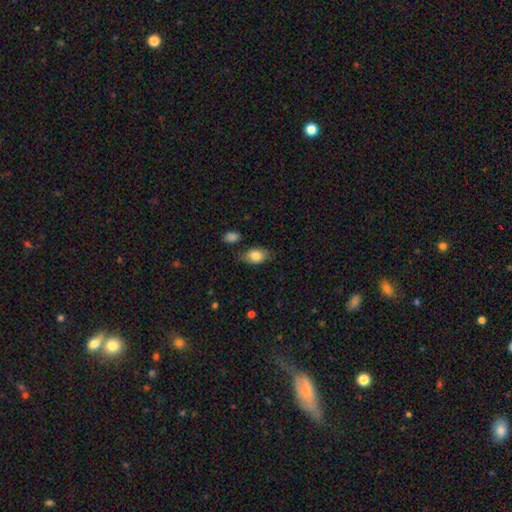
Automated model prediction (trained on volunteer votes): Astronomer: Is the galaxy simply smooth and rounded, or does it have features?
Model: smooth — 81%.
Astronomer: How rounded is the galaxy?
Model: in between — 85%.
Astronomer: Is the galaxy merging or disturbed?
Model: none — 73%.